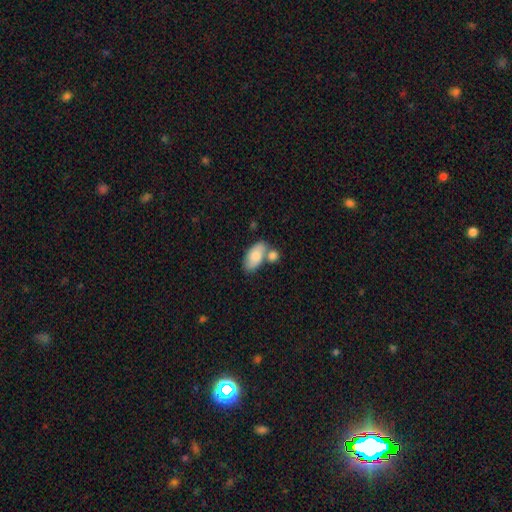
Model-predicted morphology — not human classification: type=smooth (80%); roundness=in between (93%); merging=none (45%).